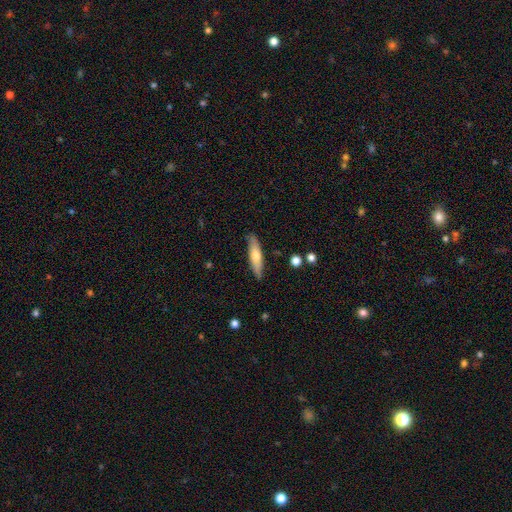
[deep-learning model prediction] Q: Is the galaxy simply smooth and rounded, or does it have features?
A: smooth — 62%.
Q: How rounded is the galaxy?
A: cigar-shaped — 74%.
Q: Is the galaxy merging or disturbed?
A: none — 86%.